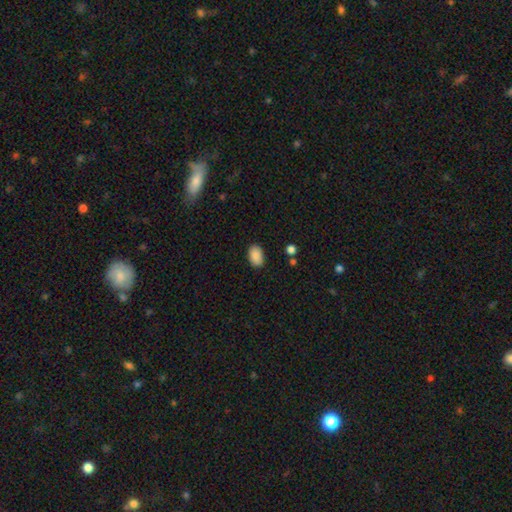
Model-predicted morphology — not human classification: Smooth or featured? Predicted: smooth (p=0.89). How rounded? Predicted: in between (p=0.90). Merging? Predicted: none (p=0.86).